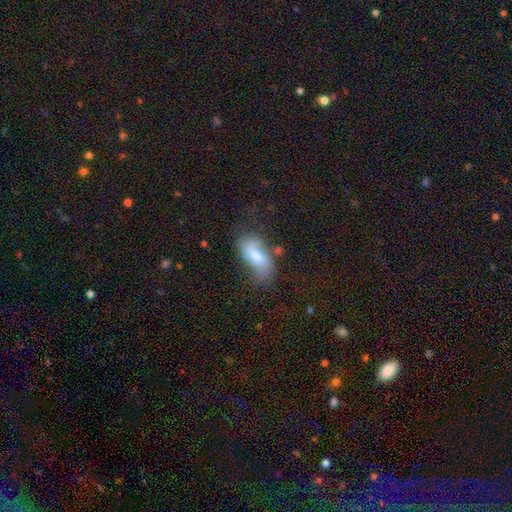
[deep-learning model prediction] Smooth or featured?
  - smooth: 59% *
  - featured or disk: 31%
  - star or artifact: 10%
How rounded?
  - in between: 86% *
  - cigar-shaped: 10%
  - round: 4%
Merging?
  - none: 47% *
  - minor disturbance: 29%
  - major disturbance: 17%
  - merger: 8%